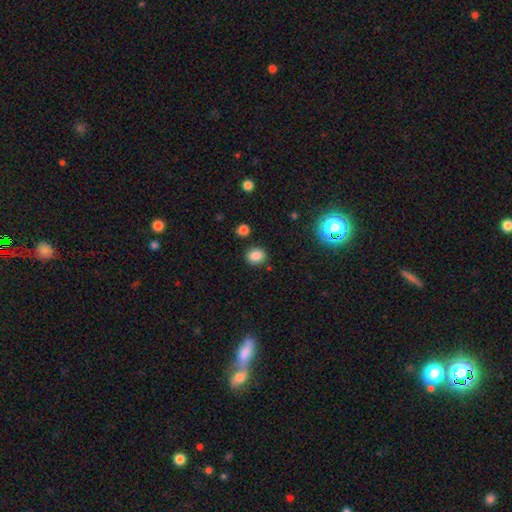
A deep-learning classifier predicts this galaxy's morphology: smooth-or-featured: smooth: 84% | star or artifact: 12% | featured or disk: 4%
  how-rounded: round: 62% | in between: 37% | cigar-shaped: 1%
  merging: none: 85% | minor disturbance: 9% | merger: 3% | major disturbance: 3%